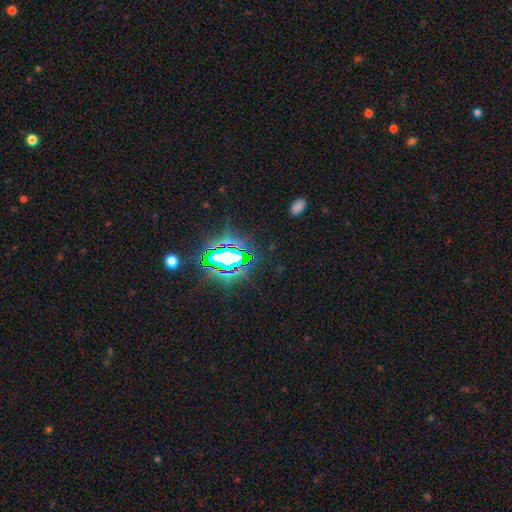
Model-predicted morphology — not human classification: This appears to be a star or artifact, not a galaxy (82%).